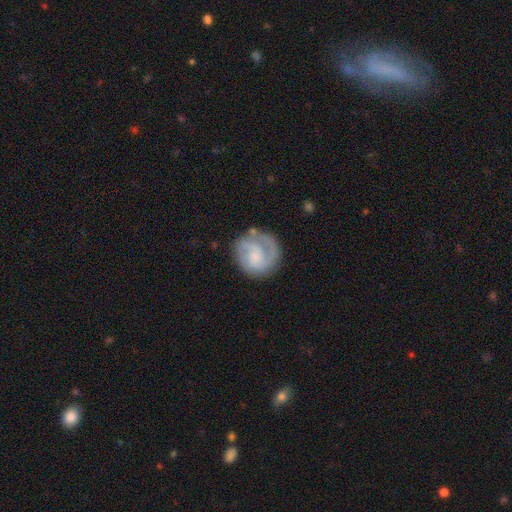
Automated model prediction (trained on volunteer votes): featured or disk 73%, smooth 22%, star or artifact 6%. Down the decision tree: edge-on disk — no (98%); bar — no (59%); spiral arms — yes (93%); spiral arm count — 2 (50%); spiral winding — tight (47%); bulge size — small (43%); merging — none (70%).